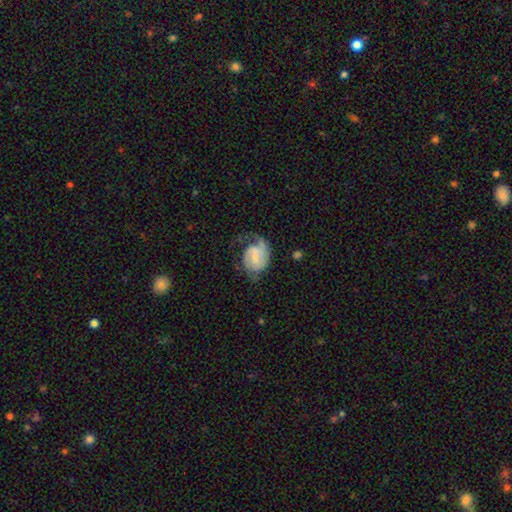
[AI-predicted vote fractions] This is likely a featured or disk galaxy (73%). It is clearly not viewed edge-on (98%). Bar: possibly weak (52%). Spiral arm pattern: clearly yes (92%). Spiral arm count: likely 2 (65%). Spiral winding: possibly medium (46%). Central bulge: possibly small (49%). Merging: possibly none (49%).